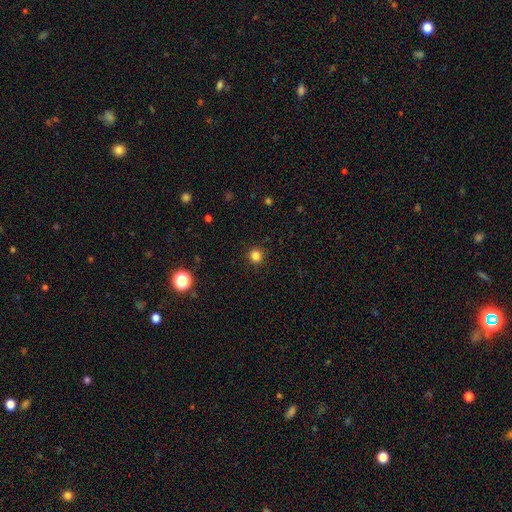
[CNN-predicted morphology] The model was most divided on "smooth or featured": smooth: 83%, star or artifact: 13%, featured or disk: 4%. More confident: how rounded — round (95%); merging — none (92%).